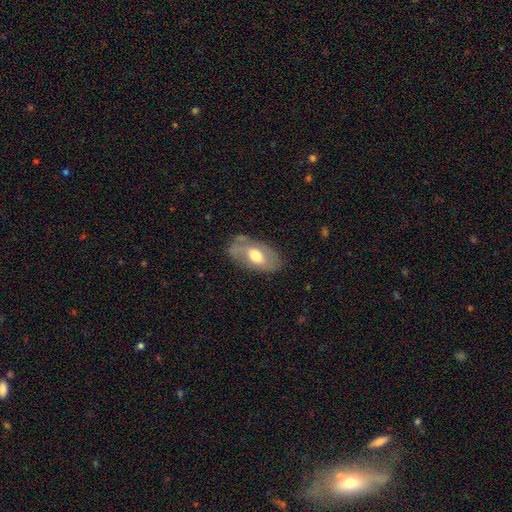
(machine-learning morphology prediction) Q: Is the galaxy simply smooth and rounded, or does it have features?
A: smooth — 52%.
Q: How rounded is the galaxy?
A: in between — 92%.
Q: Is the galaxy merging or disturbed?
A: none — 62%.